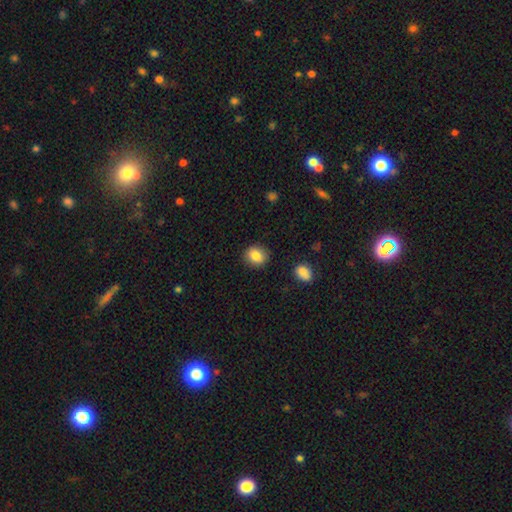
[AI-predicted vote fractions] smooth_or_featured: smooth (p=0.85) [alt: star or artifact p=0.09]
how_rounded: round (p=0.70) [alt: in between p=0.29]
merging: none (p=0.88) [alt: minor disturbance p=0.08]